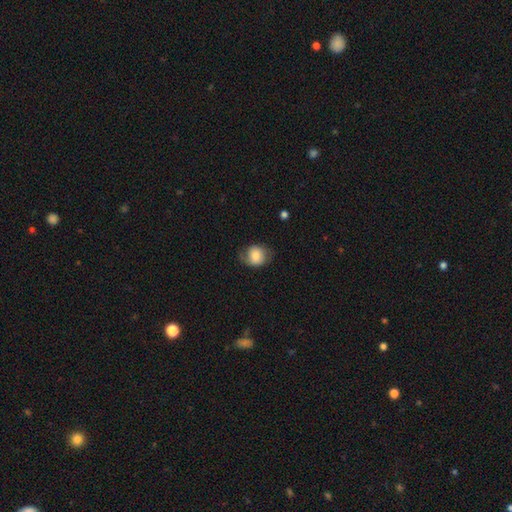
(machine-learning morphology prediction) Overall: smooth (68%). How rounded: round (62%; in between 37%). Merging: none (61%; minor disturbance 26%).